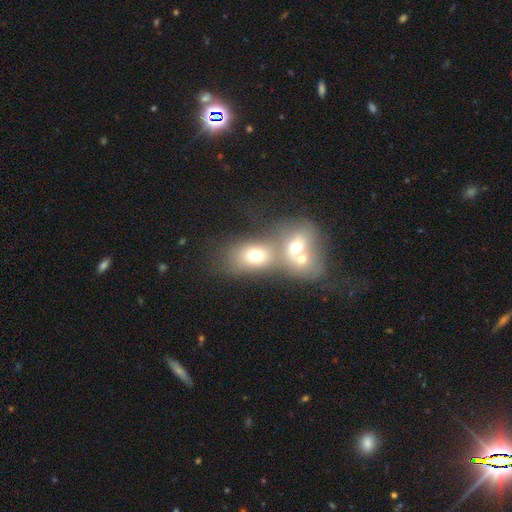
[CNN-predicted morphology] Smooth or featured?
  - smooth: 68% *
  - featured or disk: 19%
  - star or artifact: 13%
How rounded?
  - in between: 61% *
  - round: 38%
  - cigar-shaped: 2%
Merging?
  - merger: 57% *
  - none: 29%
  - minor disturbance: 8%
  - major disturbance: 6%